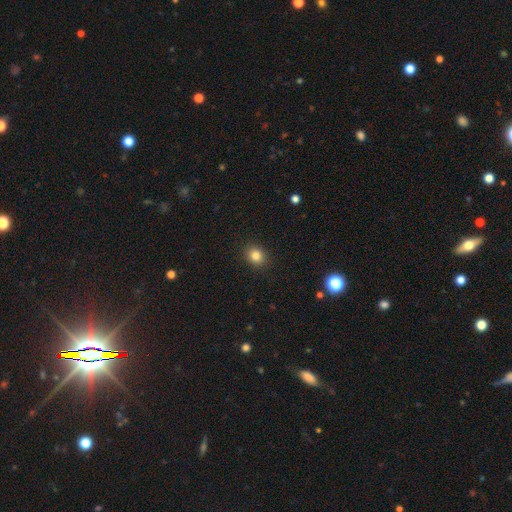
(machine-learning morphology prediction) Smooth or featured: smooth — 82% (star or artifact — 12%)
How rounded: round — 69% (in between — 31%)
Merging: none — 90% (minor disturbance — 7%)